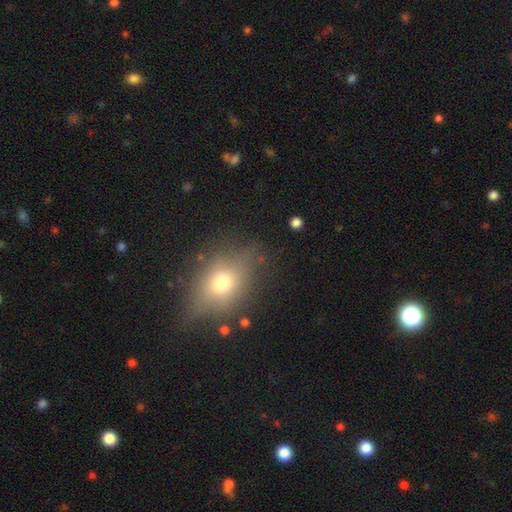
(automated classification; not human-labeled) This appears to be a smooth galaxy with no disk features (53%) that is in between round and cigar-shaped (66%). Merging: none (78%).